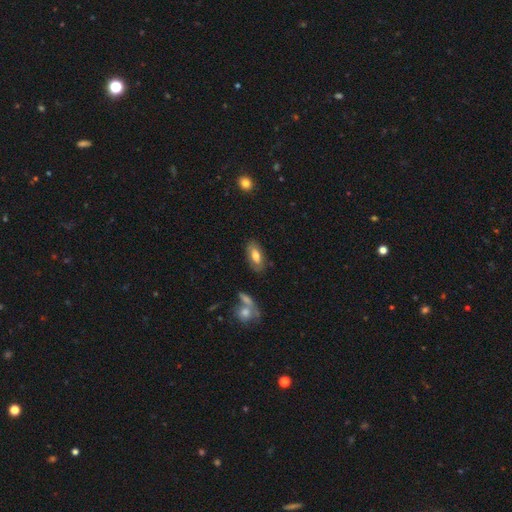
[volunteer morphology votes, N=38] A smooth galaxy with no disk features (74%) that is in between round and cigar-shaped (89%). Merging: none (84%).